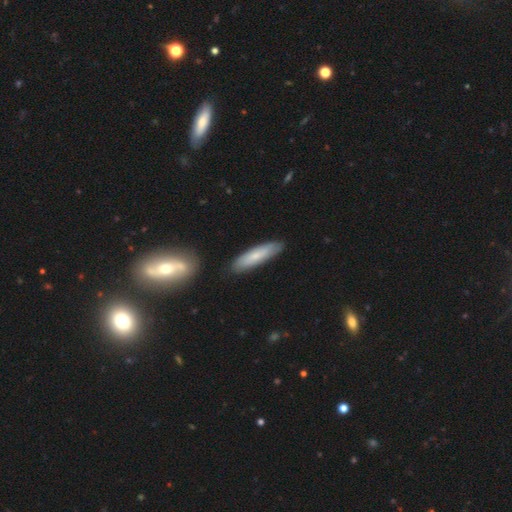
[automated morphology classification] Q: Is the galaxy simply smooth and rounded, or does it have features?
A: smooth — 67%.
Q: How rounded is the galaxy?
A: cigar-shaped — 72%.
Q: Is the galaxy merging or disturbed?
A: none — 84%.